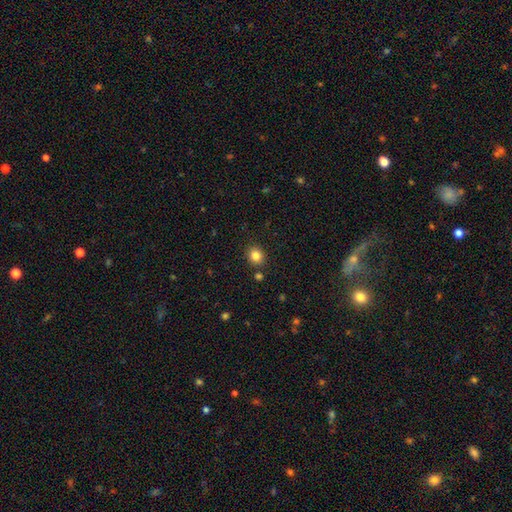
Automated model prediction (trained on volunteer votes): smooth 84%, star or artifact 11%, featured or disk 5%. Down the decision tree: how rounded — round (70%); merging — none (87%).